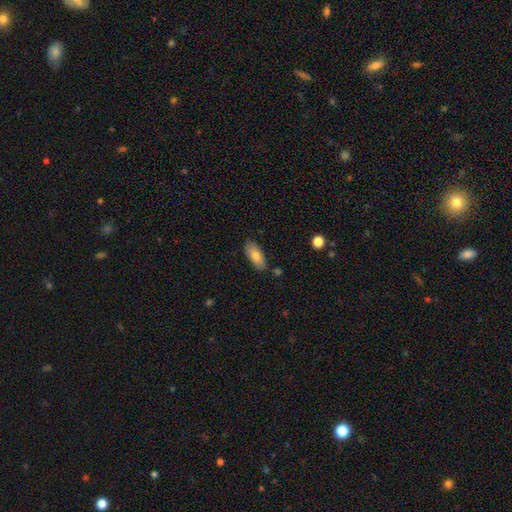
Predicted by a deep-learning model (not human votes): Overall: smooth (78%). How rounded: in between (86%). Merging: none (82%).